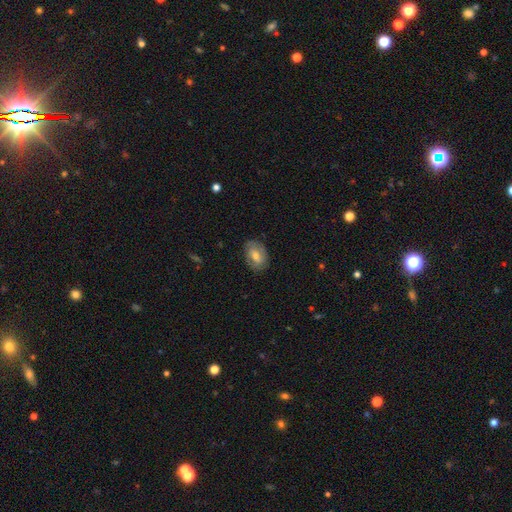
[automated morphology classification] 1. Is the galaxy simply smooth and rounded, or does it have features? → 60% smooth, 32% featured or disk, 8% star or artifact.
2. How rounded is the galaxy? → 81% in between, 17% round, 1% cigar-shaped.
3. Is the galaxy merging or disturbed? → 80% none, 15% minor disturbance, 4% major disturbance, 1% merger.